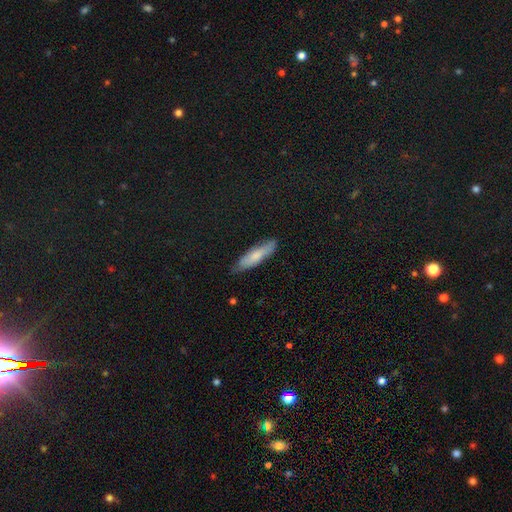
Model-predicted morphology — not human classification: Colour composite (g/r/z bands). It shows a smooth galaxy with no disk features (72%) that is cigar-shaped (70%). Merging: none (78%).